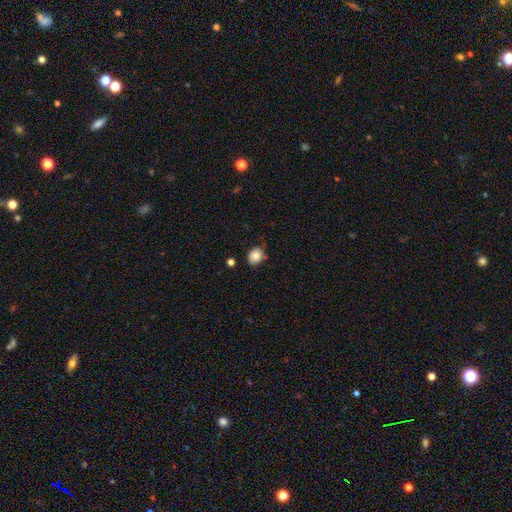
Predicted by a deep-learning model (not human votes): Smooth or featured?
  - smooth: 80% *
  - featured or disk: 11%
  - star or artifact: 10%
How rounded?
  - round: 62% *
  - in between: 37%
  - cigar-shaped: 1%
Merging?
  - none: 75% *
  - minor disturbance: 19%
  - merger: 3%
  - major disturbance: 3%